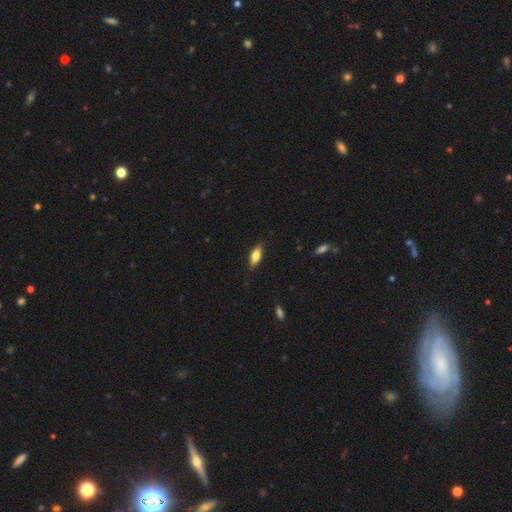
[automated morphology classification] smooth-or-featured: smooth: 70% | featured or disk: 23% | star or artifact: 7%
  how-rounded: in between: 69% | cigar-shaped: 28% | round: 2%
  merging: none: 84% | minor disturbance: 13% | major disturbance: 2% | merger: 1%